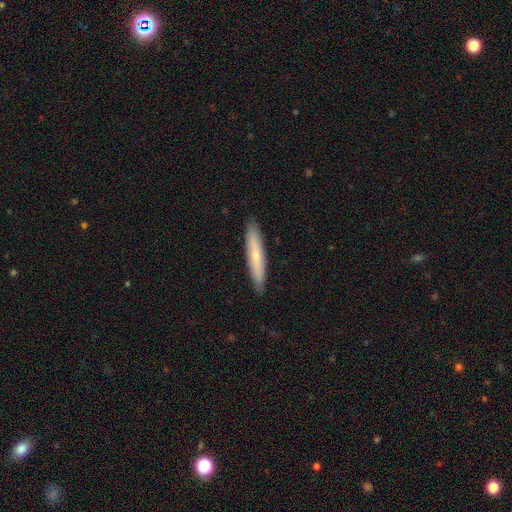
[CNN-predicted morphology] The model was most divided on "smooth or featured": smooth: 62%, featured or disk: 32%, star or artifact: 6%. More confident: how rounded — cigar-shaped (92%); merging — none (90%).